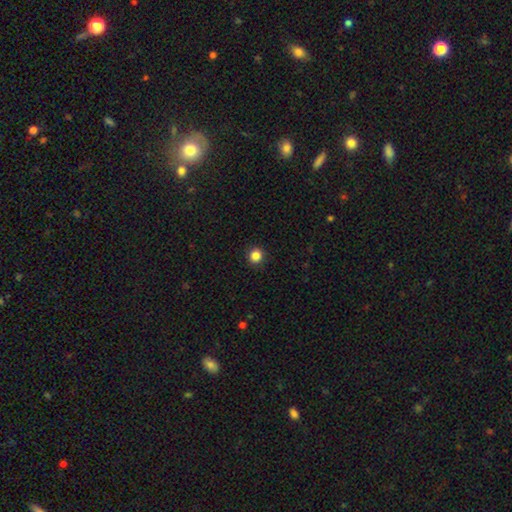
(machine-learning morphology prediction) Smooth or featured?
  - smooth: 85% *
  - star or artifact: 11%
  - featured or disk: 3%
How rounded?
  - round: 93% *
  - in between: 6%
  - cigar-shaped: 1%
Merging?
  - none: 93% *
  - minor disturbance: 5%
  - major disturbance: 2%
  - merger: 1%